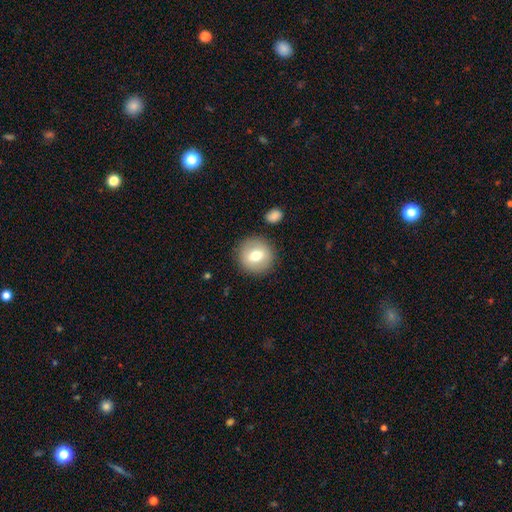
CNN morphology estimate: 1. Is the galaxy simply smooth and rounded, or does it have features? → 69% smooth, 23% featured or disk, 8% star or artifact.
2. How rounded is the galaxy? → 91% round, 8% in between, 1% cigar-shaped.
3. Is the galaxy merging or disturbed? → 87% none, 8% minor disturbance, 3% major disturbance, 3% merger.